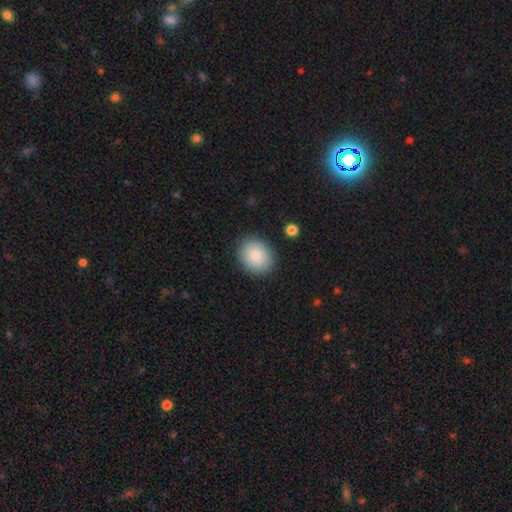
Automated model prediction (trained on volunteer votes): smooth 87%, star or artifact 7%, featured or disk 6%. Down the decision tree: how rounded — round (53%); merging — none (88%).